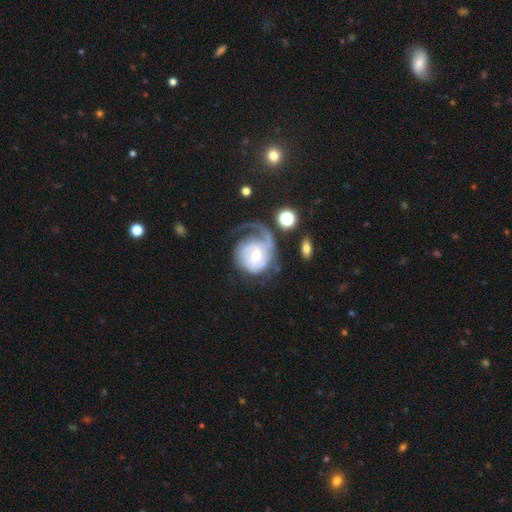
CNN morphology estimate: The model was most divided on "merging": major disturbance: 41%, none: 35%, minor disturbance: 18%, merger: 6%. Remaining: edge-on disk — no (98%); spiral arms — yes (93%); smooth or featured — featured or disk (82%); bulge size — moderate (55%); bar — no (50%); spiral arm count — 1 (48%); spiral winding — tight (46%).